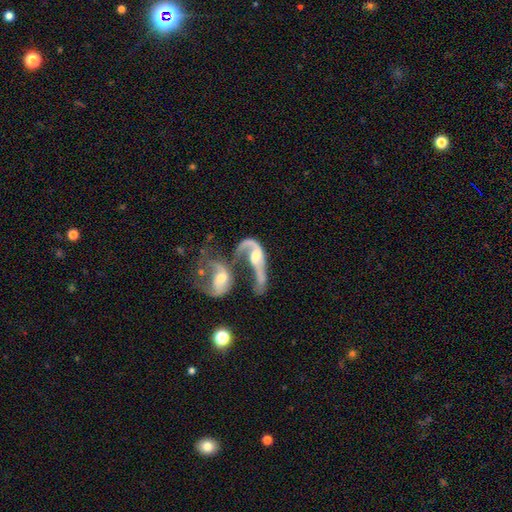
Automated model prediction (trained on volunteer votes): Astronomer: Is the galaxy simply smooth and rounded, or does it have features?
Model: featured or disk — 75%.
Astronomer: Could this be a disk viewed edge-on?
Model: no — 91%.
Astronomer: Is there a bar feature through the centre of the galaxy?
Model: no — 56% (runner-up: weak, 32%).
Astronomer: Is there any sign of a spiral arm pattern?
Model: yes — 79%.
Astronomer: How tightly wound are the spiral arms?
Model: loose — 69%.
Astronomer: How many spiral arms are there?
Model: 2 — 56% (runner-up: 1, 31%).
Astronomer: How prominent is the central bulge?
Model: moderate — 55%.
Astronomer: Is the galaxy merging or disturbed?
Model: merger — 72%.